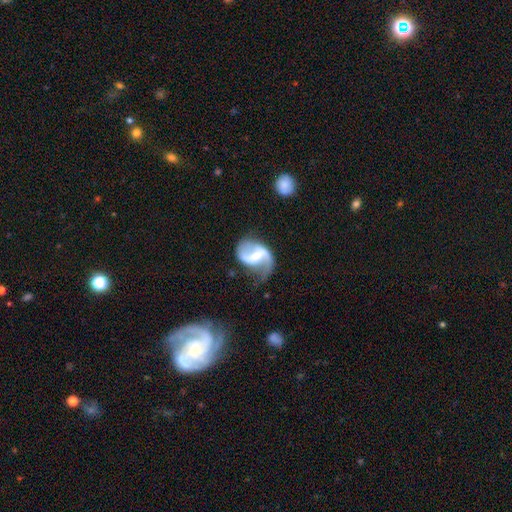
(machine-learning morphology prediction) featured or disk 86%, smooth 9%, star or artifact 5%. Down the decision tree: edge-on disk — no (98%); bar — weak (46%); spiral arms — yes (95%); spiral arm count — 2 (84%); spiral winding — loose (60%); bulge size — small (47%); merging — none (56%).